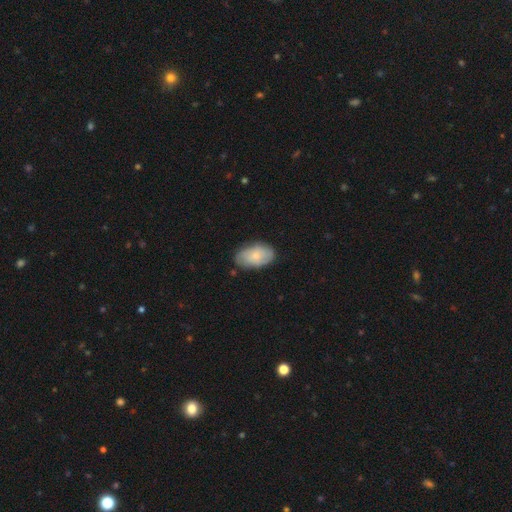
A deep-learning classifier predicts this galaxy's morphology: Smooth or featured: smooth — 67% (featured or disk — 27%)
How rounded: in between — 92% (round — 6%)
Merging: none — 75% (minor disturbance — 20%)